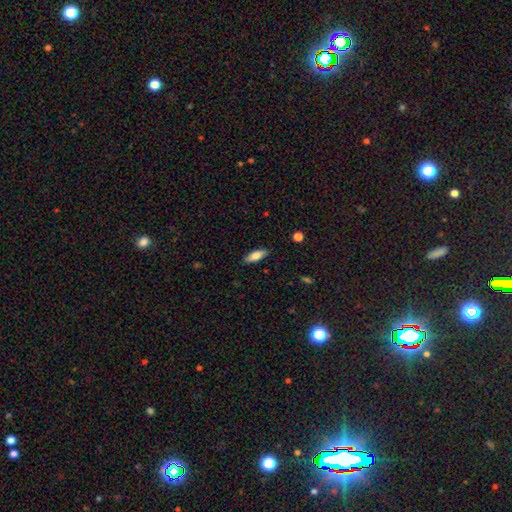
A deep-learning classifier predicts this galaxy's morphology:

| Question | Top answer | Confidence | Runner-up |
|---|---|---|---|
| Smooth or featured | smooth | 78% | featured or disk (16%) |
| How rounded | in between | 64% | cigar-shaped (34%) |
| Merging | none | 88% | minor disturbance (9%) |